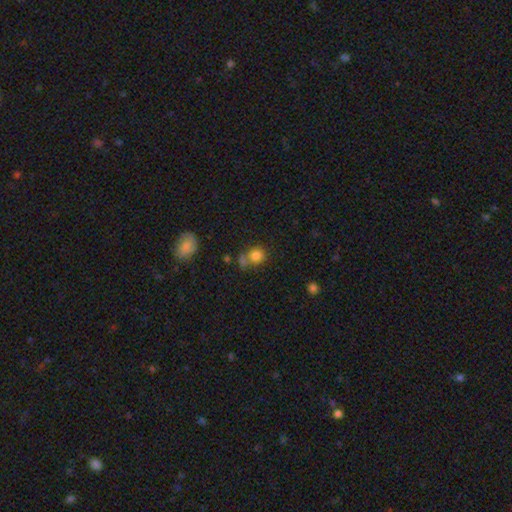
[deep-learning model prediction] A smooth galaxy with no disk features (81%) that is round (81%). Merging: none (56%).